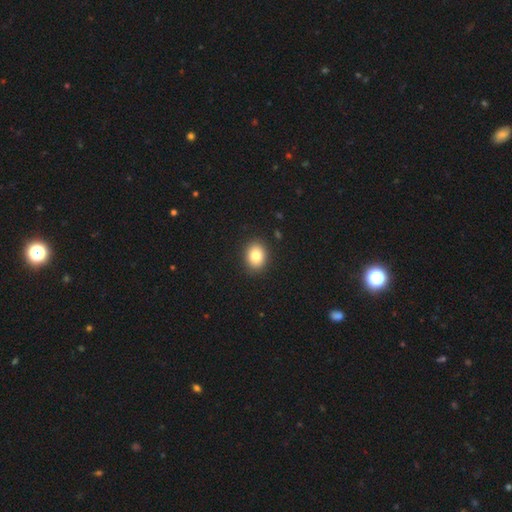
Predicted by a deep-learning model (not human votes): Smooth or featured: smooth — 82% (star or artifact — 9%)
How rounded: round — 52% (in between — 47%)
Merging: none — 90% (minor disturbance — 7%)